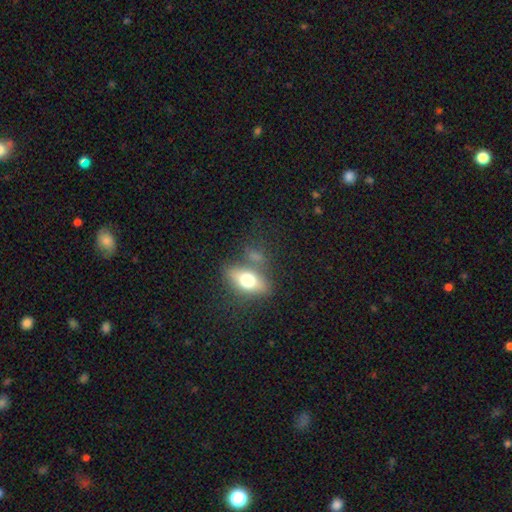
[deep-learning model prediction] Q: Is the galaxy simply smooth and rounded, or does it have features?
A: smooth — 60%.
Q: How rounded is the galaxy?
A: in between — 72%.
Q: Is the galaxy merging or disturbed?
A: none — 60%.